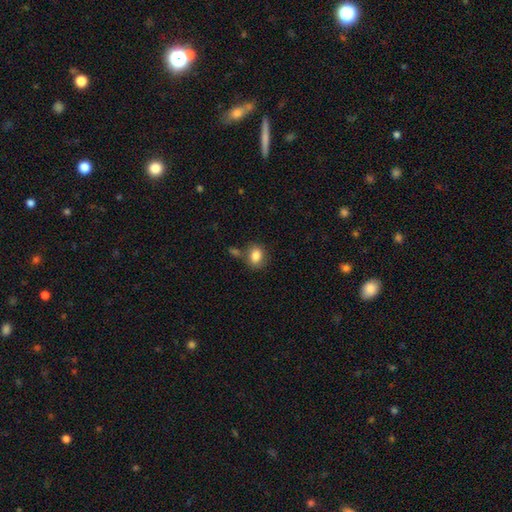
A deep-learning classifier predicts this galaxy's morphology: A smooth galaxy with no disk features (84%) that is in between round and cigar-shaped (52%).

Vote fractions:
- Smooth or featured? smooth: 84% / star or artifact: 9% / featured or disk: 7%
- How rounded? in between: 52% / round: 46% / cigar-shaped: 1%
- Merging? none: 70% / minor disturbance: 14% / merger: 13% / major disturbance: 4%